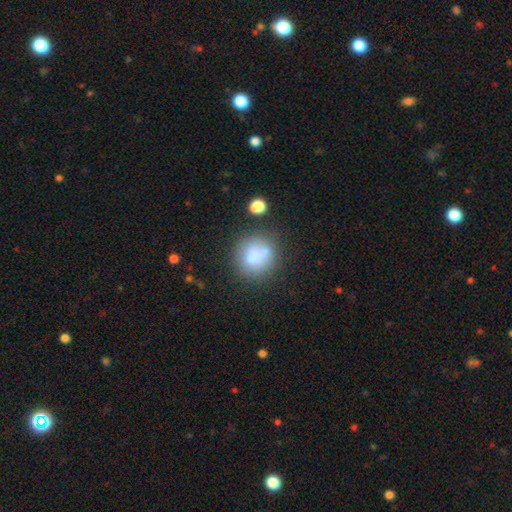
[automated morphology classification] A smooth galaxy with no disk features (69%) that is round (86%).

Vote fractions:
- Smooth or featured? smooth: 69% / featured or disk: 20% / star or artifact: 12%
- How rounded? round: 86% / in between: 12% / cigar-shaped: 1%
- Merging? none: 55% / merger: 19% / minor disturbance: 17% / major disturbance: 9%